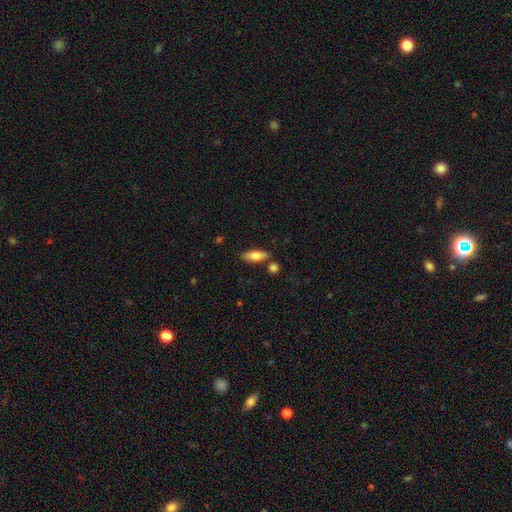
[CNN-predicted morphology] This is likely a smooth galaxy (72%). How rounded: likely in between (66%). Merging: likely none (80%).